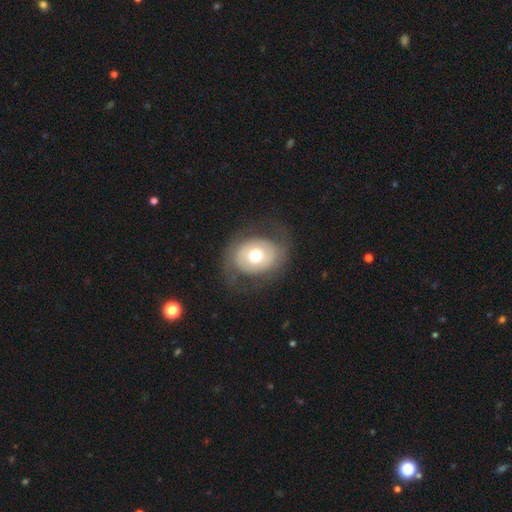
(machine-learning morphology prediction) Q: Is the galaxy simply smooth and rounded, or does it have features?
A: smooth — 50%.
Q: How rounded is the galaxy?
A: round — 53%.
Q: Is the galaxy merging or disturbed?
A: none — 71%.